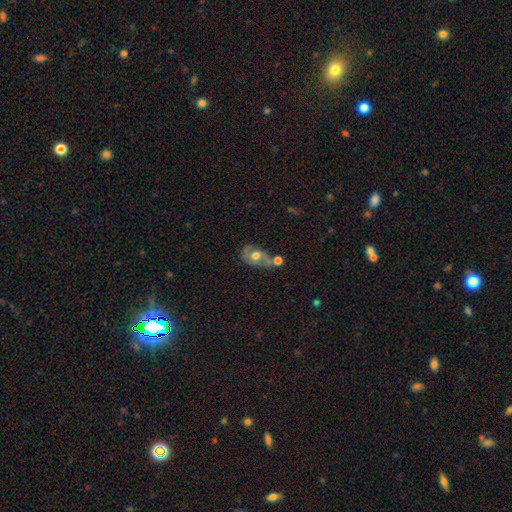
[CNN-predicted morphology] featured or disk 56%, smooth 34%, star or artifact 10%. Down the decision tree: edge-on disk — no (92%); bar — no (67%); spiral arms — yes (65%); bulge size — moderate (65%); merging — none (48%).